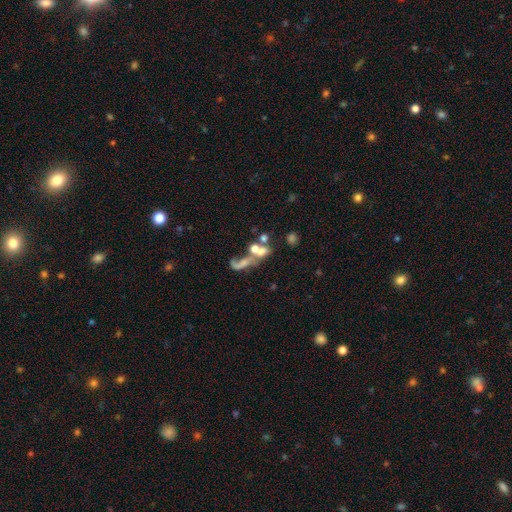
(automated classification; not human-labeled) Q: Smooth or featured?
A: smooth (40%); runner-up: star or artifact (34%)
Q: Merging?
A: none (48%); runner-up: merger (30%)